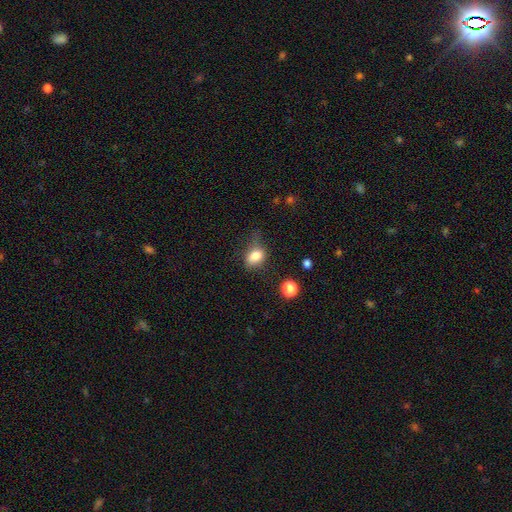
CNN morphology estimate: Q: Smooth or featured?
A: smooth (80%); runner-up: featured or disk (10%)
Q: How rounded?
A: in between (73%); runner-up: round (24%)
Q: Merging?
A: none (46%); runner-up: minor disturbance (34%)